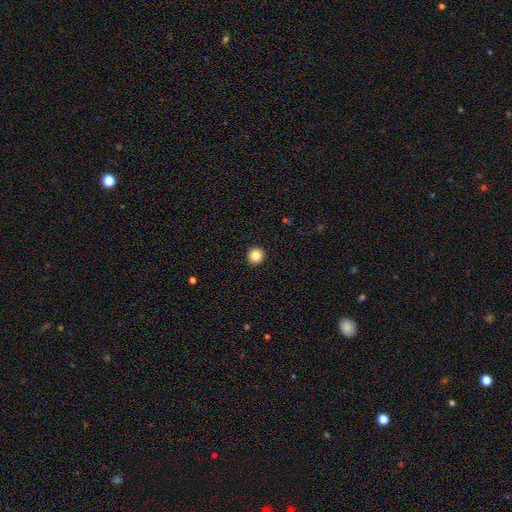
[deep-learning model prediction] Morphology: type=smooth (84%); roundness=round (96%); merging=none (94%).